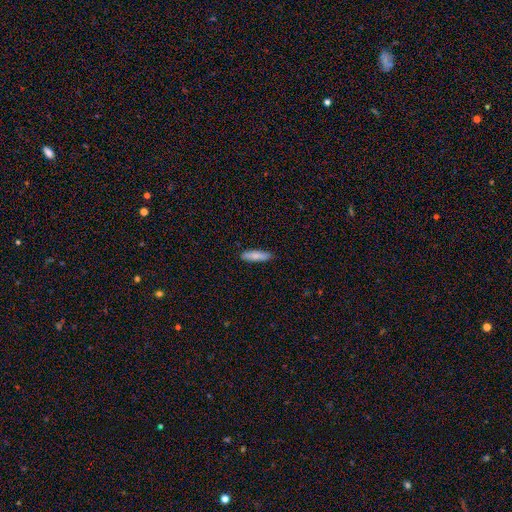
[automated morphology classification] This appears to be a smooth galaxy with no disk features (82%) that is cigar-shaped (65%). Merging: none (89%).